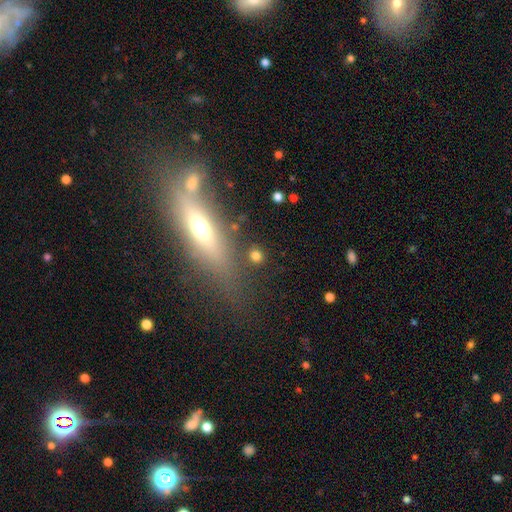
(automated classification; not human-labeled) Smooth or featured? Predicted: smooth (p=0.75). How rounded? Predicted: round (p=0.76). Merging? Predicted: none (p=0.80).